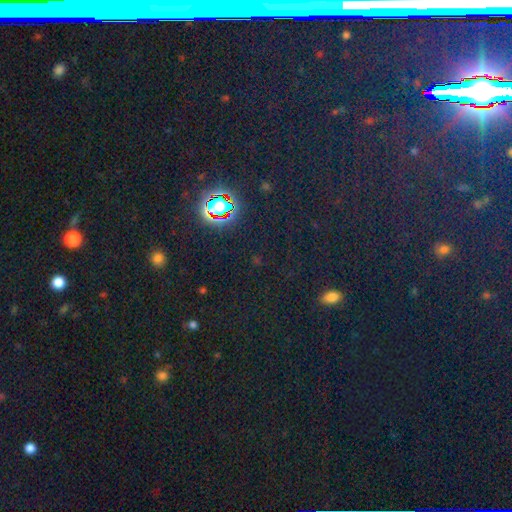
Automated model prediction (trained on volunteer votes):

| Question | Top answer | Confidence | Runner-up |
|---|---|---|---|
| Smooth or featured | star or artifact | 77% | smooth (15%) |